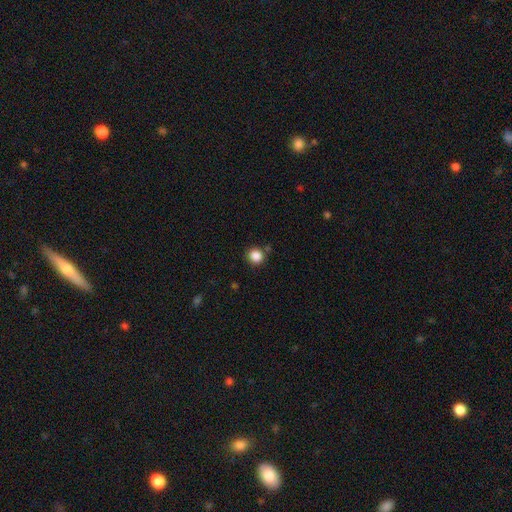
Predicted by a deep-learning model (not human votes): Smooth or featured?
  - smooth: 86% *
  - star or artifact: 11%
  - featured or disk: 3%
How rounded?
  - round: 91% *
  - in between: 9%
  - cigar-shaped: 1%
Merging?
  - none: 85% *
  - minor disturbance: 8%
  - merger: 4%
  - major disturbance: 3%